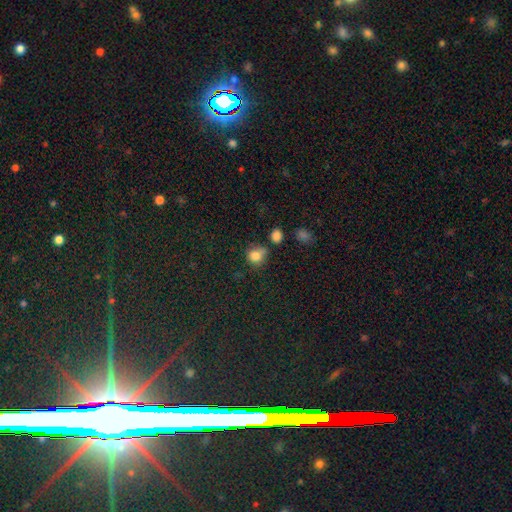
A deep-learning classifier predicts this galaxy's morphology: This appears to be a smooth galaxy with no disk features (82%) that is round (77%). Merging: none (57%).